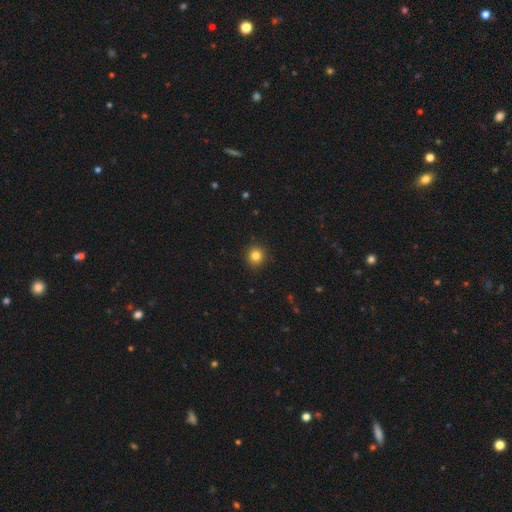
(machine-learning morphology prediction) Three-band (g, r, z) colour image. It shows a smooth galaxy with no disk features (83%) that is round (92%). Merging: none (92%).